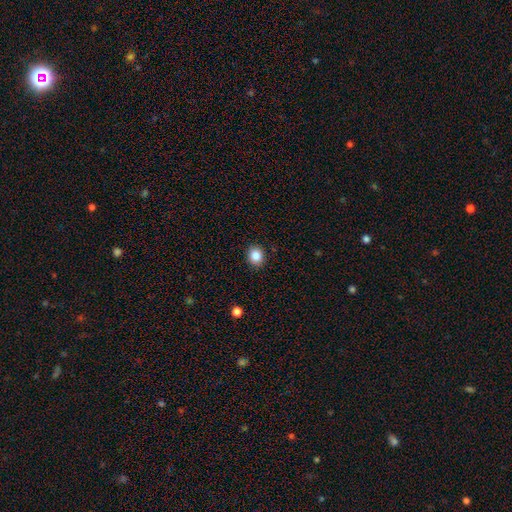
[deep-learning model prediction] Smooth or featured: smooth — 87% (star or artifact — 10%)
How rounded: round — 72% (in between — 27%)
Merging: none — 90% (minor disturbance — 6%)